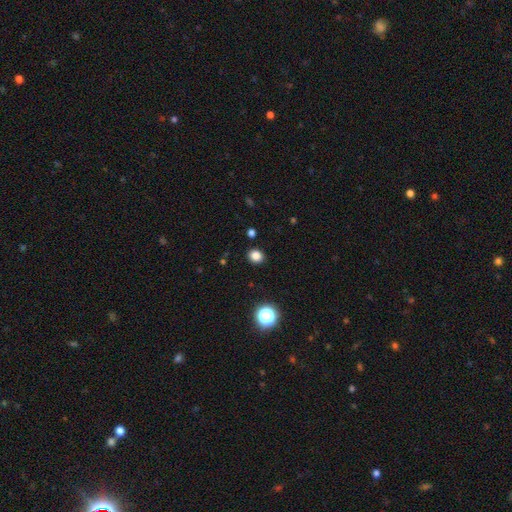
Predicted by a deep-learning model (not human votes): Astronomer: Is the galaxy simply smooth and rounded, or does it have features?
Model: smooth — 82%.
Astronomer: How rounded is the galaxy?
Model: round — 67%.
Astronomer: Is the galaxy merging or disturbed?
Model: none — 90%.